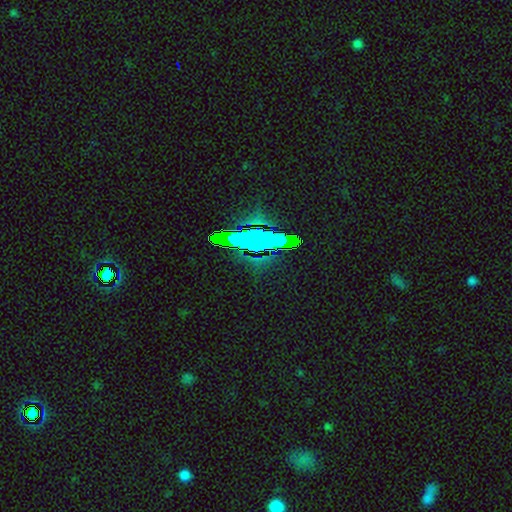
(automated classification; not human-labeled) A star or artifact, not a galaxy (73%).

Vote fractions:
- Smooth or featured? star or artifact: 73% / featured or disk: 14% / smooth: 13%